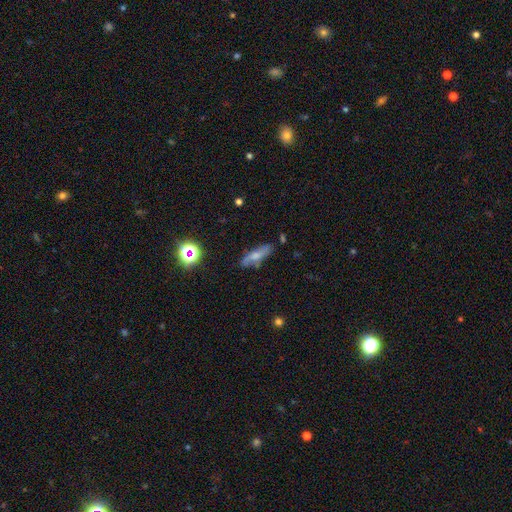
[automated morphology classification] The model was most divided on "how rounded": cigar-shaped: 54%, in between: 42%, round: 4%. More confident: merging — none (69%); smooth or featured — smooth (52%).